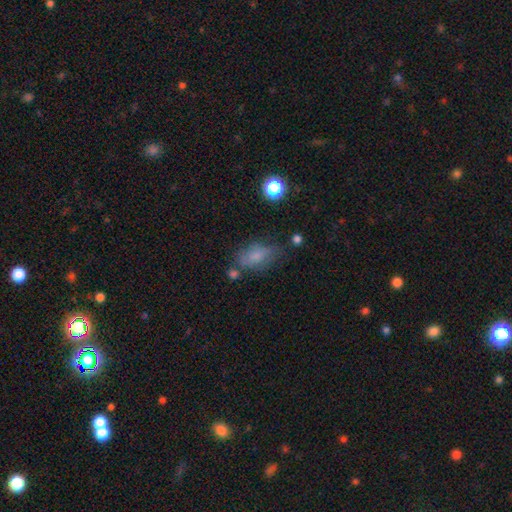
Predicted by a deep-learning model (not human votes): This appears to be a smooth galaxy with no disk features (72%) that is in between round and cigar-shaped (86%). Merging: none (56%).